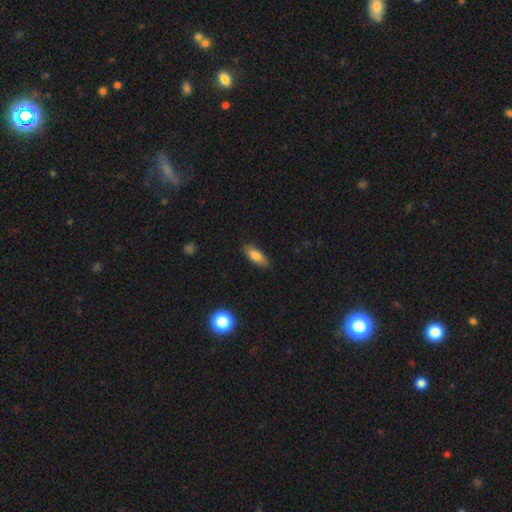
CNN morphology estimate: type=smooth (78%); roundness=in between (75%); merging=none (85%).